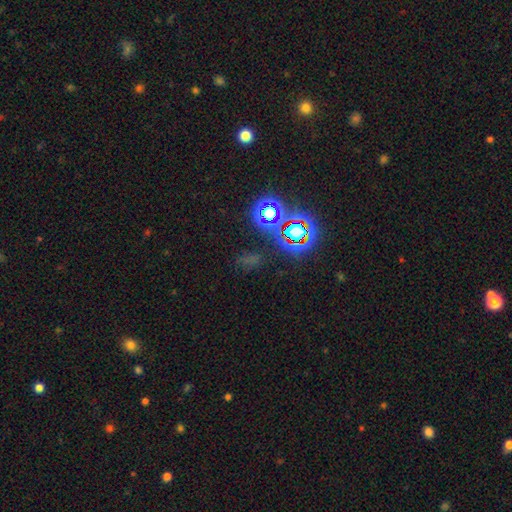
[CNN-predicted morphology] smooth-or-featured: star or artifact: 74% | smooth: 17% | featured or disk: 9%